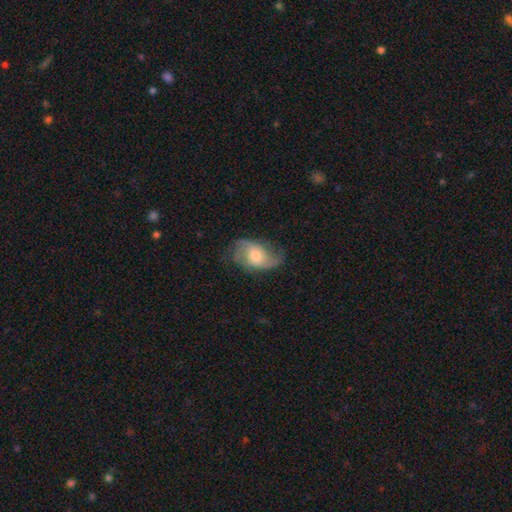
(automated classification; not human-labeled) A featured or disk galaxy (69%) with no bar (63%), 2 (70%) loose (45%) spiral arms (90%) and a moderate central bulge (58%). Merging: none (62%).